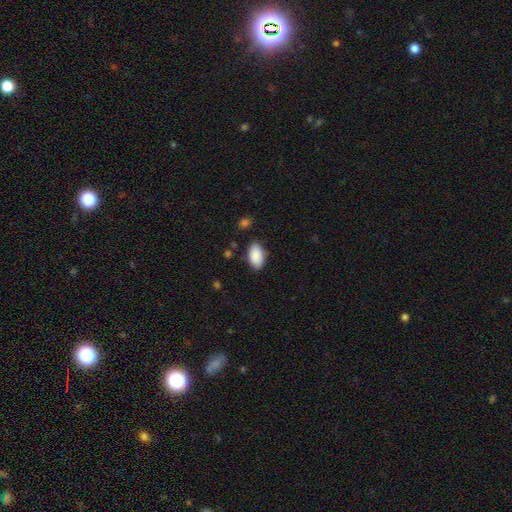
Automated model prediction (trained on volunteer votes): Morphology: type=smooth (90%); roundness=in between (95%); merging=none (84%).